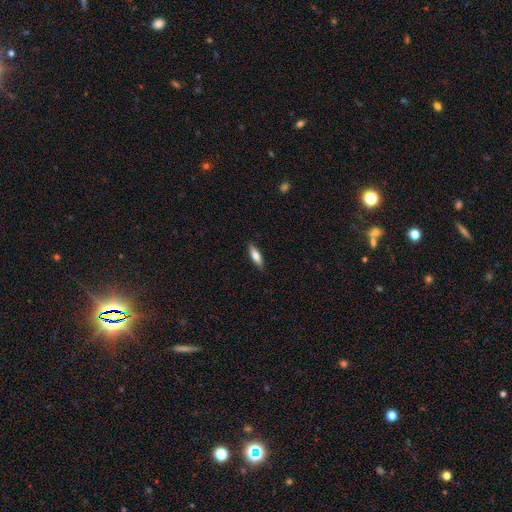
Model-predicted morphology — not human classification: Smooth or featured: smooth — 72% (featured or disk — 21%)
How rounded: cigar-shaped — 49% (tied with in between — 49%)
Merging: none — 88% (minor disturbance — 9%)